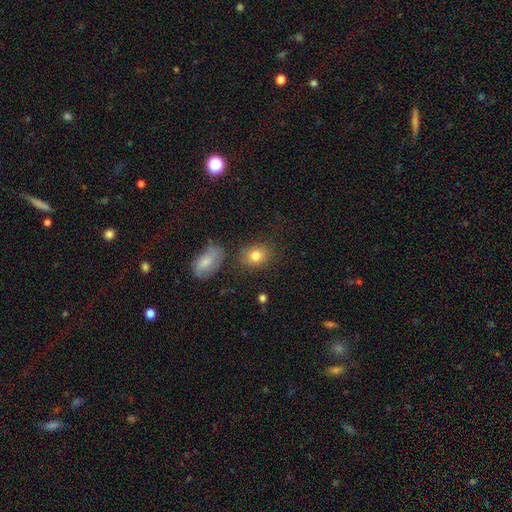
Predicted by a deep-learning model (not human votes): Smooth or featured? Predicted: smooth (p=0.81). How rounded? Predicted: in between (p=0.50). Merging? Predicted: none (p=0.75).